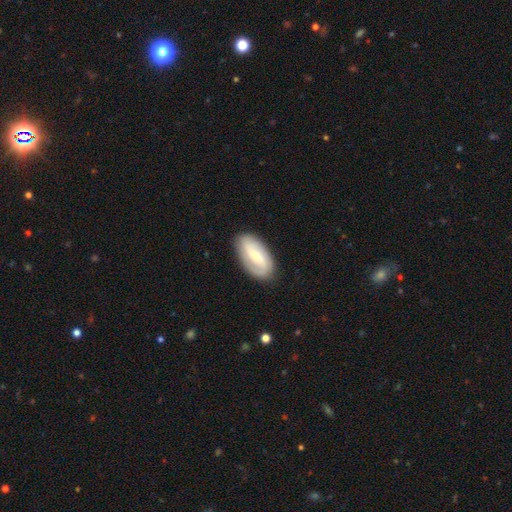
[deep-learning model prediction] A featured or disk galaxy (61%) with a weak bar (48%), spiral arms (85%) and a small central bulge (54%). Merging: none (84%).